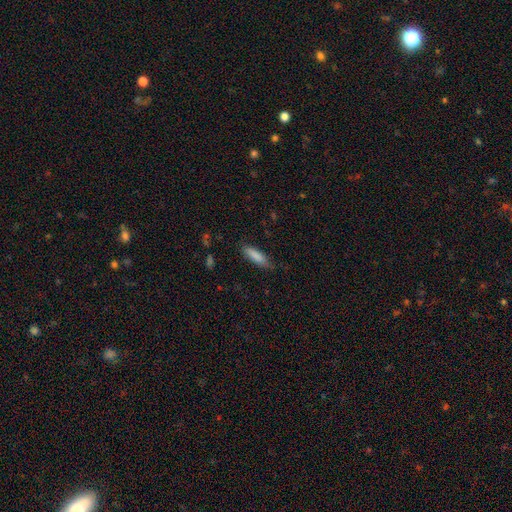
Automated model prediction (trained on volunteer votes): The model was most divided on "how rounded": cigar-shaped: 56%, in between: 43%, round: 2%. More confident: smooth or featured — smooth (84%); merging — none (74%).